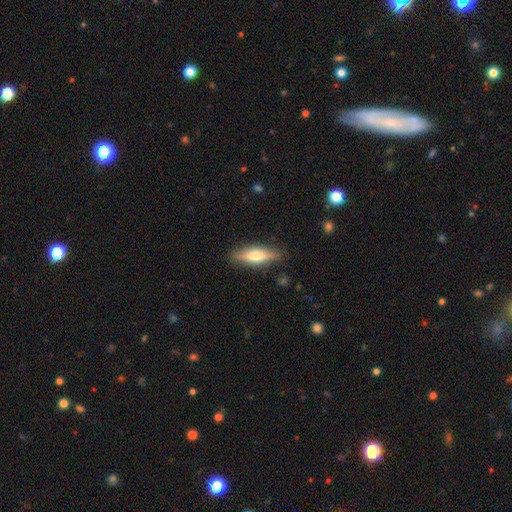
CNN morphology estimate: This is possibly a smooth galaxy (47%, tied with featured or disk). Merging: clearly none (86%).